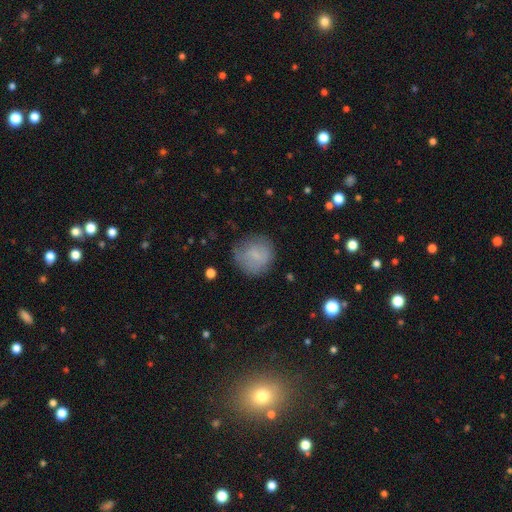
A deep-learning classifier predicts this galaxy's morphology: Smooth or featured: smooth — 72% (featured or disk — 20%)
How rounded: round — 90% (in between — 9%)
Merging: none — 71% (minor disturbance — 20%)